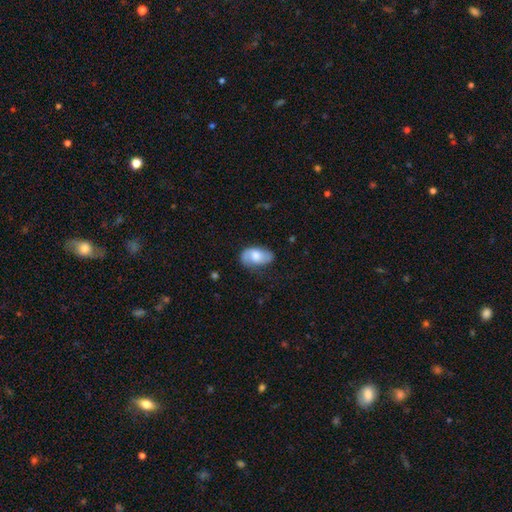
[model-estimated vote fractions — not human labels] Q: Smooth or featured?
A: smooth (51%); runner-up: featured or disk (43%)
Q: How rounded?
A: in between (91%); runner-up: round (7%)
Q: Merging?
A: none (65%); runner-up: minor disturbance (25%)